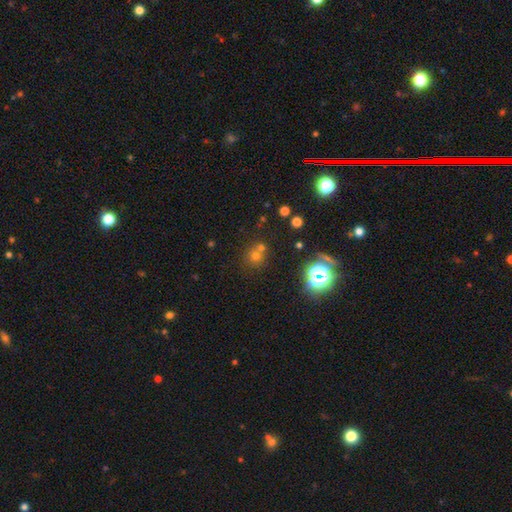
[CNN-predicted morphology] Overall: smooth (57%; star or artifact 32%). How rounded: round (87%). Merging: none (54%; merger 36%).